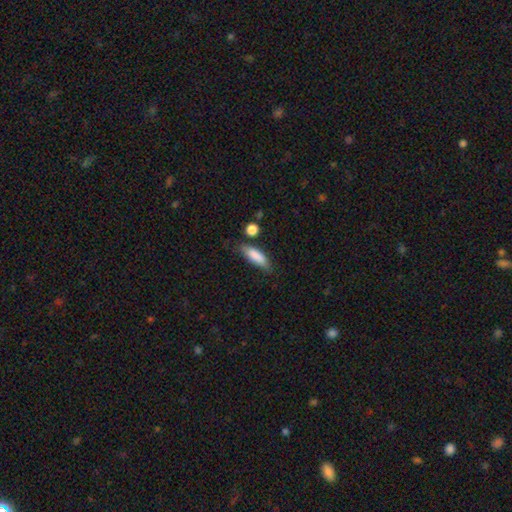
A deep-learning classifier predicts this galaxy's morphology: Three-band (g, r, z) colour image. It shows a smooth galaxy with no disk features (83%) that is in between round and cigar-shaped (52%). Merging: none (64%).